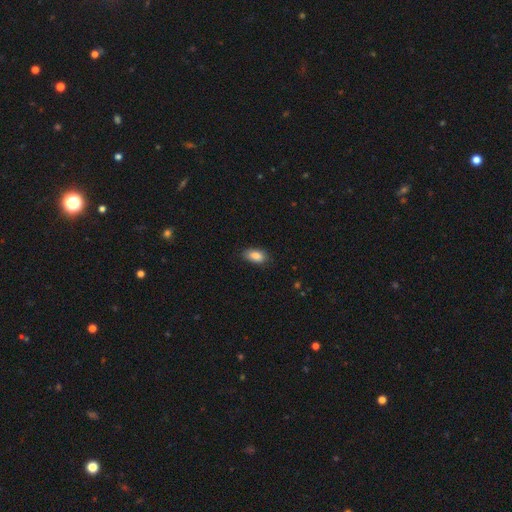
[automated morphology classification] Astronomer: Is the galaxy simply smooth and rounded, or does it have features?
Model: smooth — 87%.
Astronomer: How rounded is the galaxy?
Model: in between — 92%.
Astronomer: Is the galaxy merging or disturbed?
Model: none — 80%.